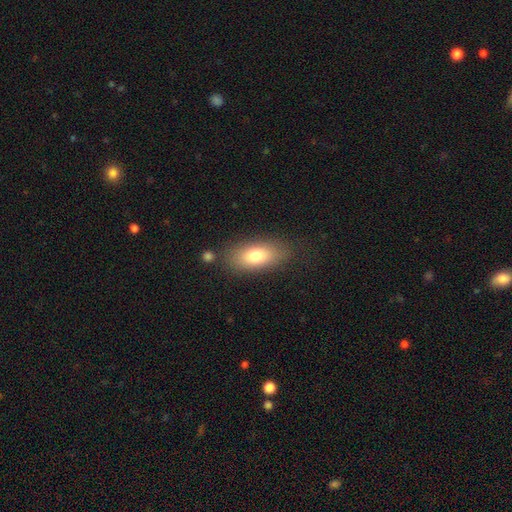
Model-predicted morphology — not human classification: Q: Smooth or featured?
A: smooth (77%); runner-up: featured or disk (15%)
Q: How rounded?
A: in between (87%); runner-up: cigar-shaped (8%)
Q: Merging?
A: none (79%); runner-up: minor disturbance (13%)